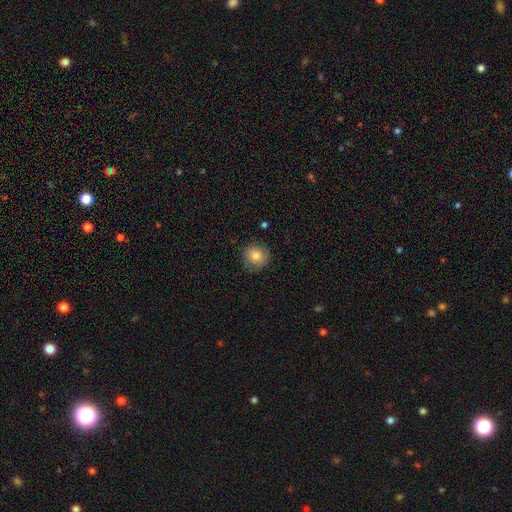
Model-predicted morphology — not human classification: smooth-or-featured: smooth: 84% | star or artifact: 9% | featured or disk: 8%
  how-rounded: round: 89% | in between: 10% | cigar-shaped: 1%
  merging: none: 83% | minor disturbance: 13% | major disturbance: 3% | merger: 1%